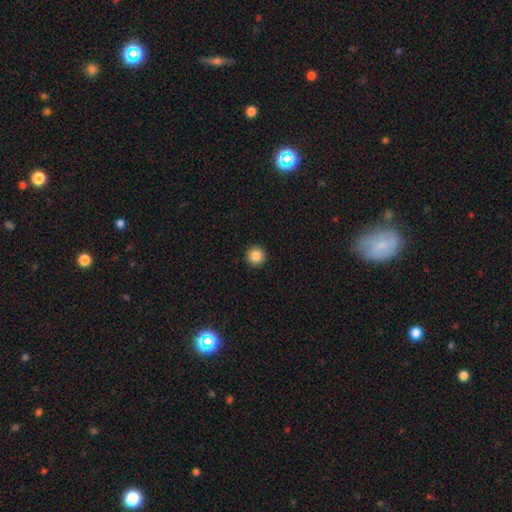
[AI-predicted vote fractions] smooth_or_featured: smooth (p=0.86) [alt: star or artifact p=0.10]
how_rounded: round (p=0.96) [alt: in between p=0.03]
merging: none (p=0.93) [alt: minor disturbance p=0.04]